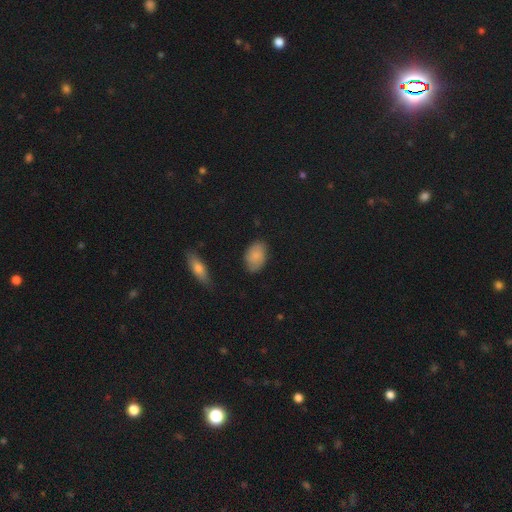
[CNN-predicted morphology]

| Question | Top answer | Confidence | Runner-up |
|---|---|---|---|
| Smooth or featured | smooth | 83% | featured or disk (10%) |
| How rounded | in between | 89% | round (9%) |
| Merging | none | 80% | minor disturbance (16%) |